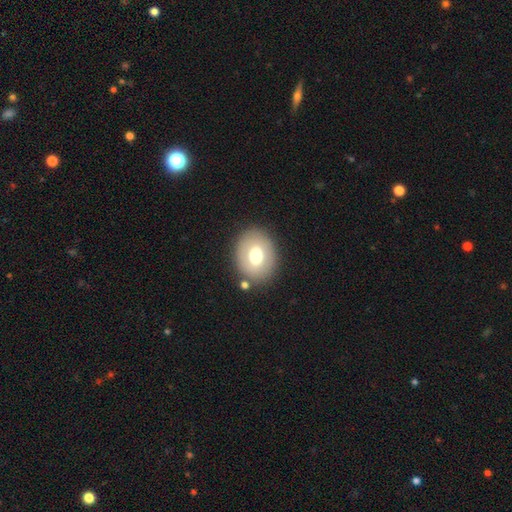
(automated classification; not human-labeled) This is likely a smooth galaxy (66%). How rounded: possibly in between (53%). Merging: clearly none (82%).